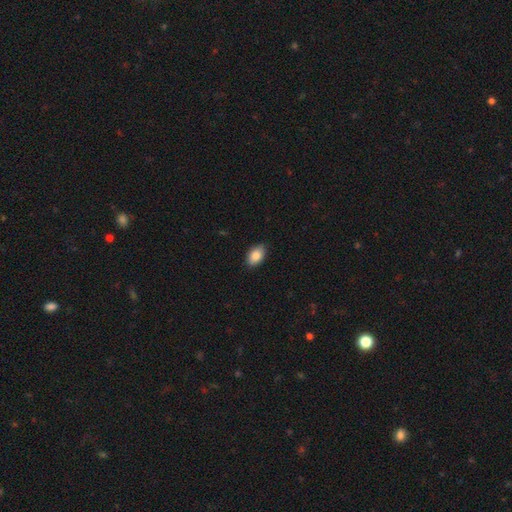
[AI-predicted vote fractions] Overall: smooth (86%). How rounded: in between (90%). Merging: none (87%).